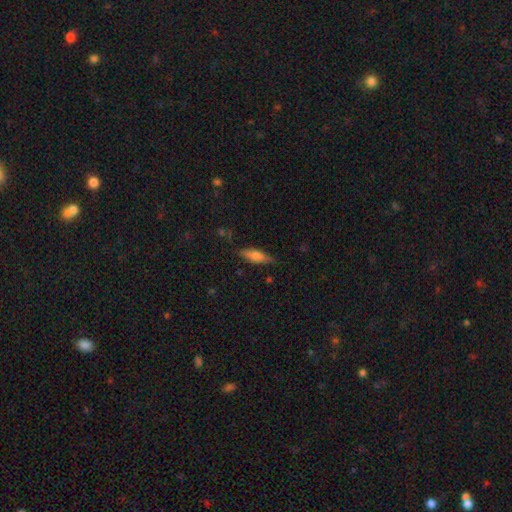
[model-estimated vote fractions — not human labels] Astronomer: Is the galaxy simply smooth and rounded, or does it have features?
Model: smooth — 60%.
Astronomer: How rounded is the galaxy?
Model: cigar-shaped — 53% (runner-up: in between, 45%).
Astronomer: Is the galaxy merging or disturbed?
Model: none — 80%.